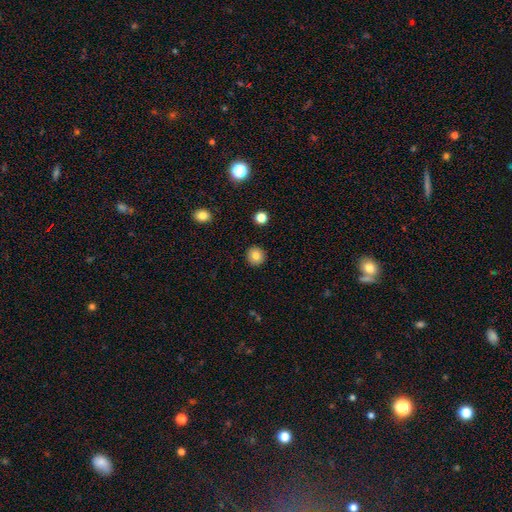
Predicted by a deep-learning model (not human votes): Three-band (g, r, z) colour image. It shows a smooth galaxy with no disk features (83%) that is round (93%). Merging: none (92%).